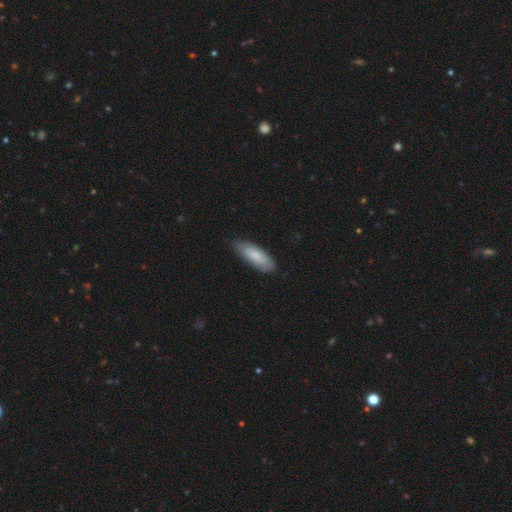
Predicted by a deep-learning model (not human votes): Q: Smooth or featured?
A: smooth (82%); runner-up: featured or disk (13%)
Q: How rounded?
A: in between (65%); runner-up: cigar-shaped (34%)
Q: Merging?
A: none (82%); runner-up: minor disturbance (15%)